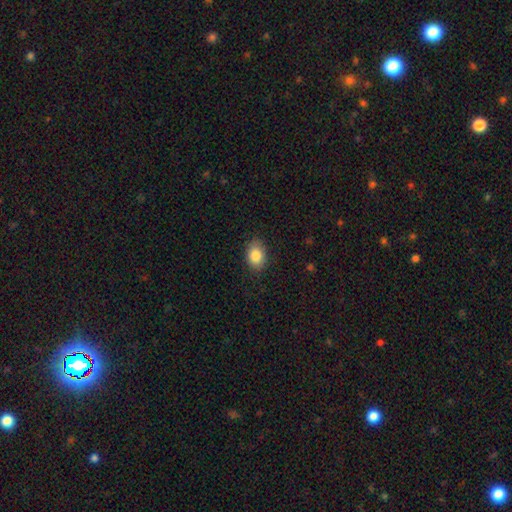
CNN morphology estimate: A smooth galaxy with no disk features (85%) that is in between round and cigar-shaped (77%).

Vote fractions:
- Smooth or featured? smooth: 85% / star or artifact: 8% / featured or disk: 7%
- How rounded? in between: 77% / round: 22% / cigar-shaped: 1%
- Merging? none: 84% / minor disturbance: 12% / major disturbance: 3% / merger: 1%